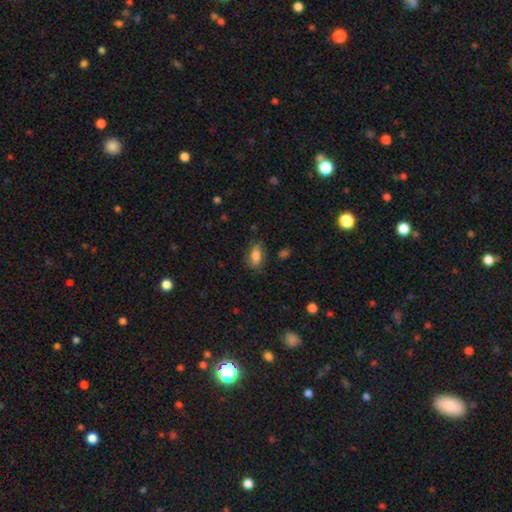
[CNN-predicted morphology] A smooth galaxy with no disk features (71%) that is in between round and cigar-shaped (85%). Merging: none (72%).